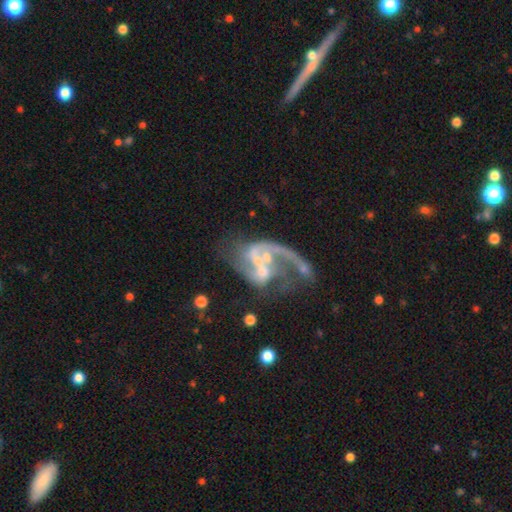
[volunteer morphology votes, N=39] Smooth or featured: featured or disk — 90% (smooth — 8%)
Edge-on disk: no — 100%
Bar: strong — 40% (no — 34%)
Spiral arms: yes — 83% (no — 17%)
Spiral winding: loose — 66% (medium — 28%)
Spiral arm count: 1 — 59% (2 — 41%)
Bulge size: small — 40% (moderate — 29%)
Merging: none — 39% (tied with merger — 39%)